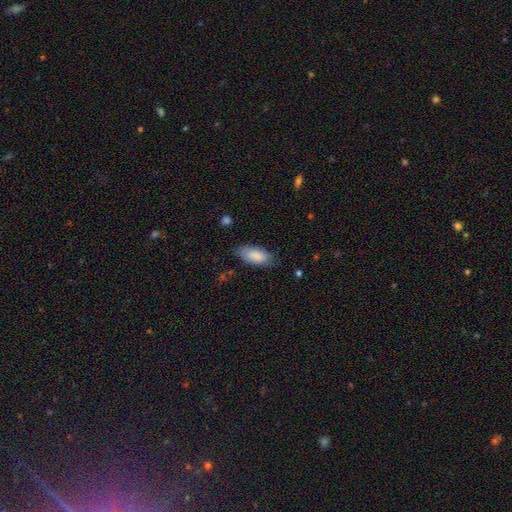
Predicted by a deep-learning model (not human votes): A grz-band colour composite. It shows a smooth galaxy with no disk features (88%) that is in between round and cigar-shaped (88%). Merging: none (78%).